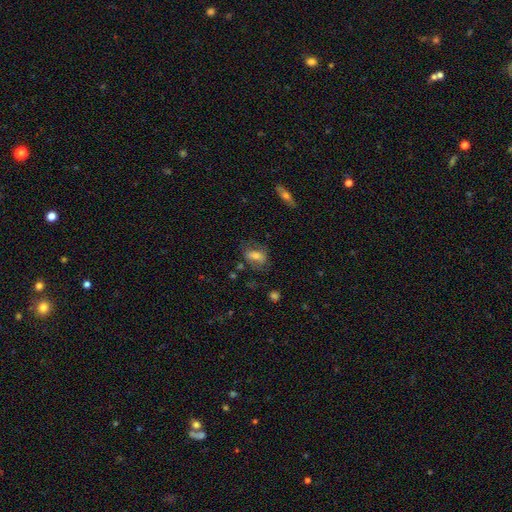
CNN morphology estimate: smooth 59%, featured or disk 31%, star or artifact 10%. Down the decision tree: how rounded — in between (77%); merging — none (64%).